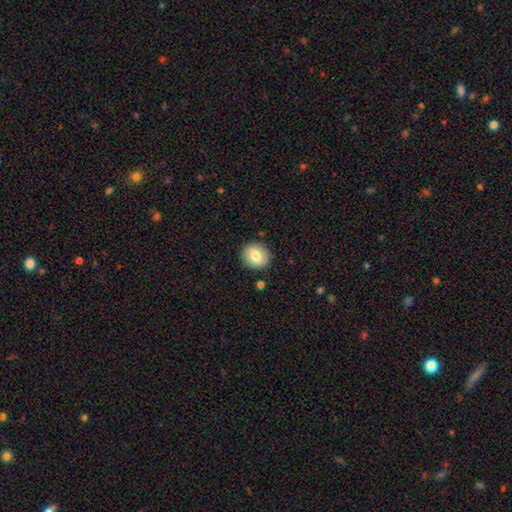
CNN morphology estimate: Smooth or featured: smooth — 79% (featured or disk — 13%)
How rounded: round — 77% (in between — 22%)
Merging: none — 88% (minor disturbance — 8%)